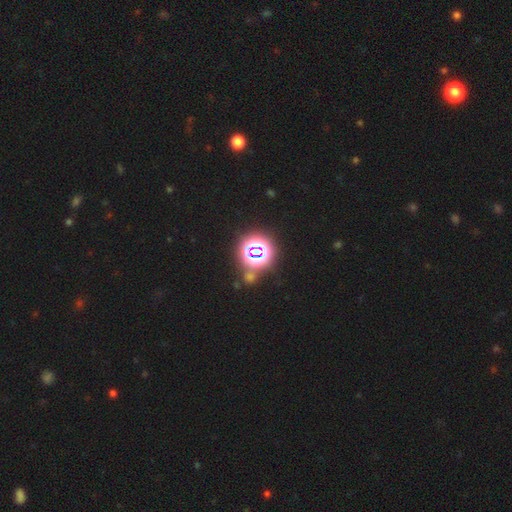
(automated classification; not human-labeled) This is likely a star or artifact rather than a galaxy (79%).